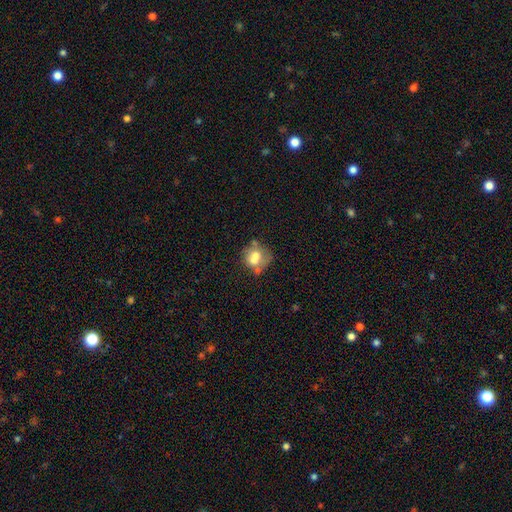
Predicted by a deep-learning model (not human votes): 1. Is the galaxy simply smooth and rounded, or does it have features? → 60% smooth, 29% featured or disk, 10% star or artifact.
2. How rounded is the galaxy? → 63% round, 36% in between, 1% cigar-shaped.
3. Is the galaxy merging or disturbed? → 37% merger, 34% none, 18% minor disturbance, 11% major disturbance.